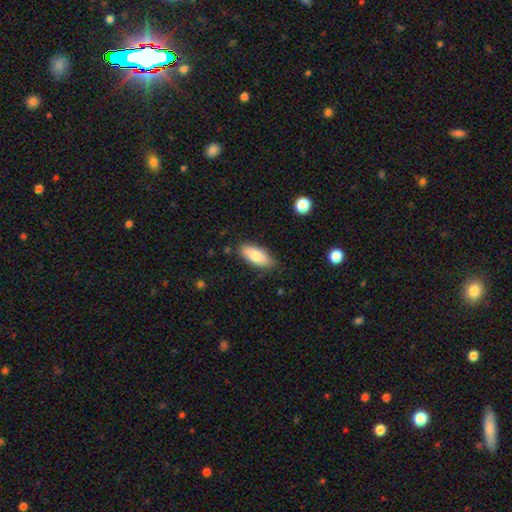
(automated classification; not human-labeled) Smooth or featured?
  - smooth: 82% *
  - featured or disk: 12%
  - star or artifact: 6%
How rounded?
  - in between: 83% *
  - cigar-shaped: 15%
  - round: 2%
Merging?
  - none: 80% *
  - minor disturbance: 15%
  - major disturbance: 3%
  - merger: 2%